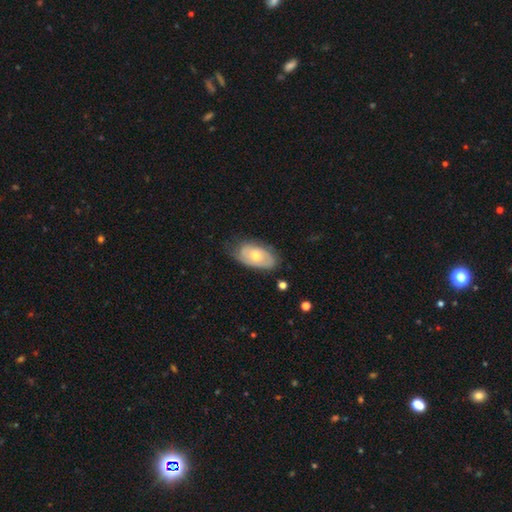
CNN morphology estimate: smooth_or_featured: smooth (p=0.48) [alt: featured or disk p=0.46]
merging: none (p=0.62) [alt: minor disturbance p=0.28]